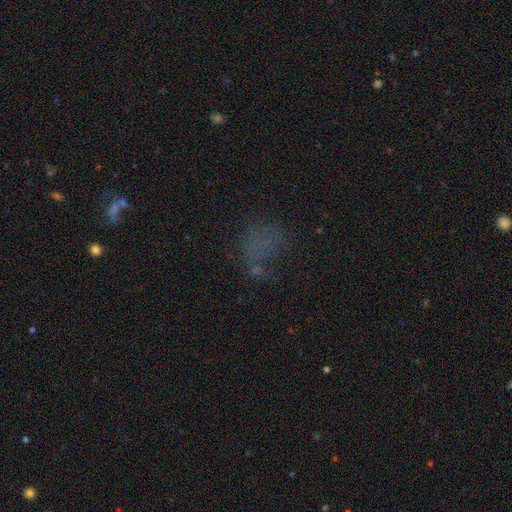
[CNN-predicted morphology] A smooth galaxy with no disk features (45%).

Vote fractions:
- Smooth or featured? smooth: 45% / star or artifact: 37% / featured or disk: 18%
- Merging? none: 50% / major disturbance: 25% / minor disturbance: 17% / merger: 8%